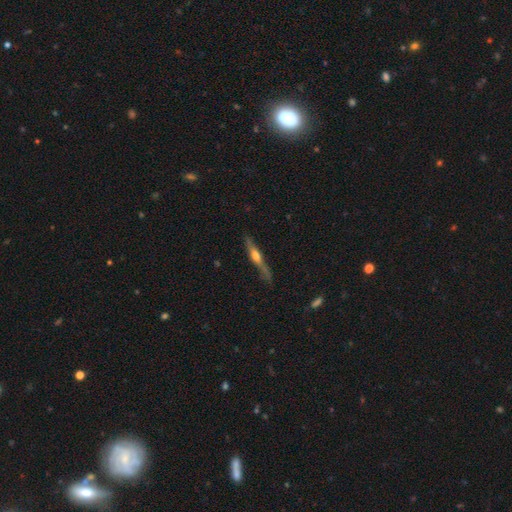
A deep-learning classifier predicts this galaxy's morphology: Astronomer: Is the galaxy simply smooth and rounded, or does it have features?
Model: featured or disk — 67%.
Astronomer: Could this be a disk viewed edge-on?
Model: yes — 96%.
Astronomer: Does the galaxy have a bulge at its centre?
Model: rounded — 84%.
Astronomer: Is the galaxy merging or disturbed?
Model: none — 75%.